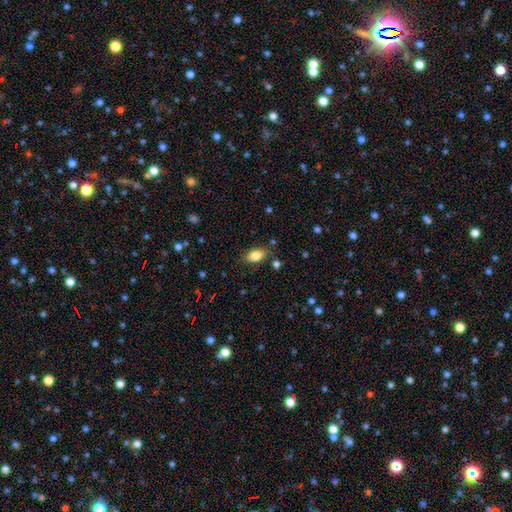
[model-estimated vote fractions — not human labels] Smooth or featured: smooth — 82% (featured or disk — 9%)
How rounded: in between — 90% (round — 6%)
Merging: none — 82% (minor disturbance — 12%)